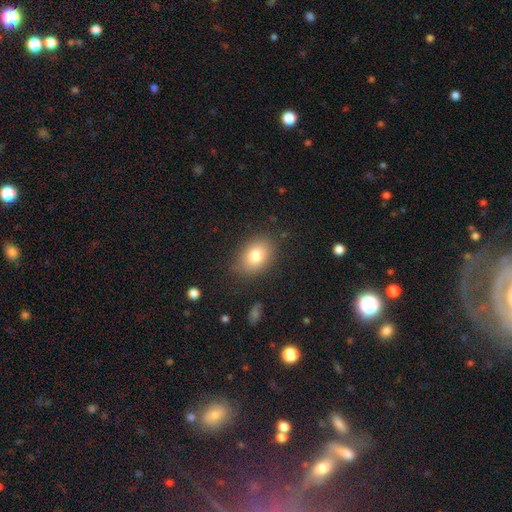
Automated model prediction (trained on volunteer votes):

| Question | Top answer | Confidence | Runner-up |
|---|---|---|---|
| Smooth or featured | smooth | 80% | featured or disk (11%) |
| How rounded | in between | 78% | round (21%) |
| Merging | none | 79% | minor disturbance (15%) |